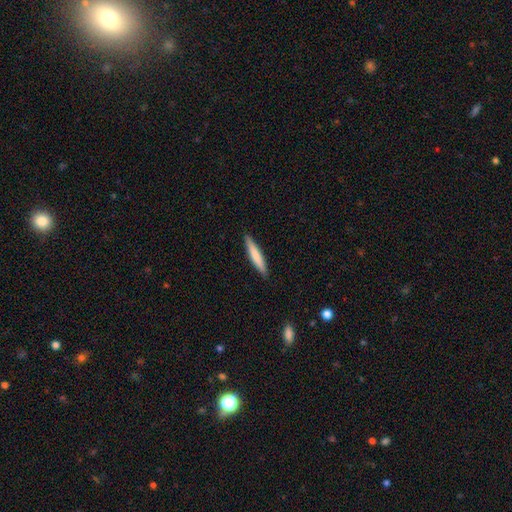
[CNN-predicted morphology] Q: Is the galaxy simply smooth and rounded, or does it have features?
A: smooth — 76%.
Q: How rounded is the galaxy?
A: cigar-shaped — 92%.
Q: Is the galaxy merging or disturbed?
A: none — 90%.